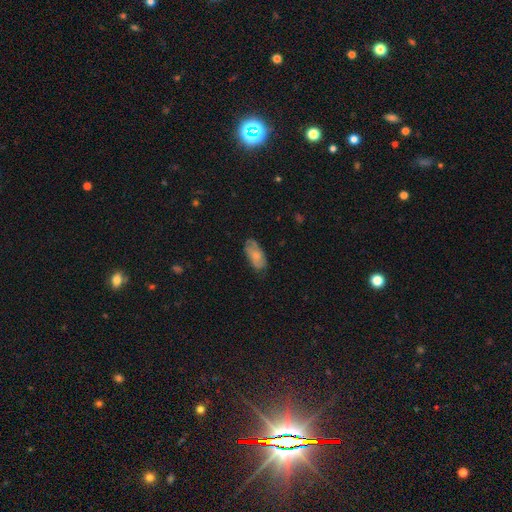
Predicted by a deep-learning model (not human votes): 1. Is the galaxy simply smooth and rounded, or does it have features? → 68% smooth, 25% featured or disk, 7% star or artifact.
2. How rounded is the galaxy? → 91% in between, 6% cigar-shaped, 3% round.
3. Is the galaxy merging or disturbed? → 68% none, 24% minor disturbance, 6% major disturbance, 1% merger.